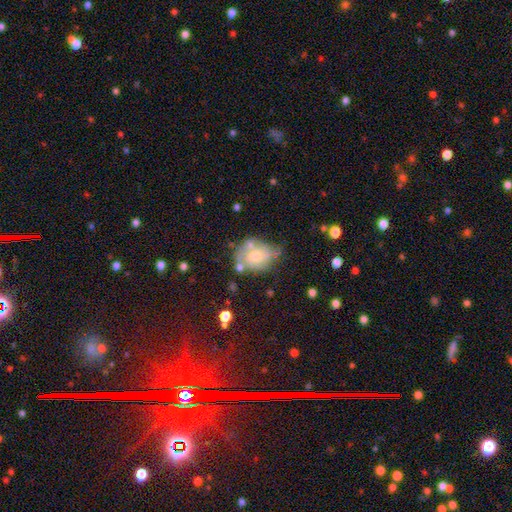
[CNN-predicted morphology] smooth-or-featured: featured or disk: 49% | smooth: 43% | star or artifact: 8%
  merging: none: 42% | minor disturbance: 30% | major disturbance: 14% | merger: 14%